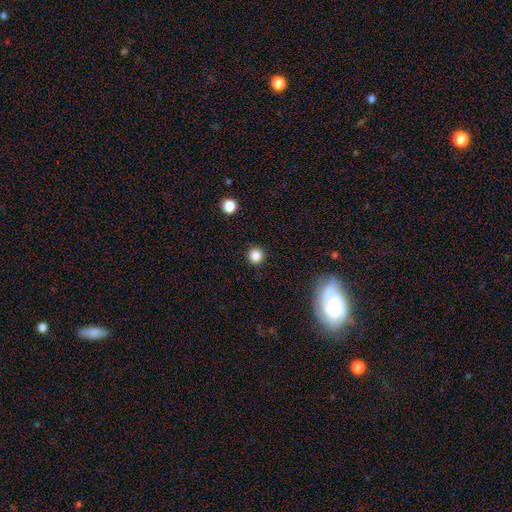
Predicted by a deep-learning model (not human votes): A smooth galaxy with no disk features (84%) that is round (96%). Merging: none (92%).